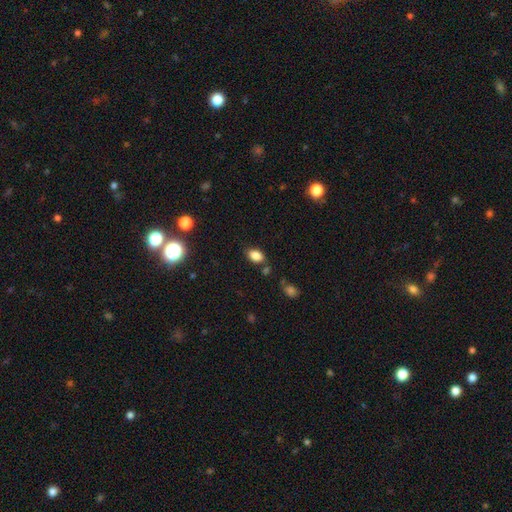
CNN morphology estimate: smooth 84%, star or artifact 10%, featured or disk 5%. Down the decision tree: how rounded — in between (85%); merging — none (78%).